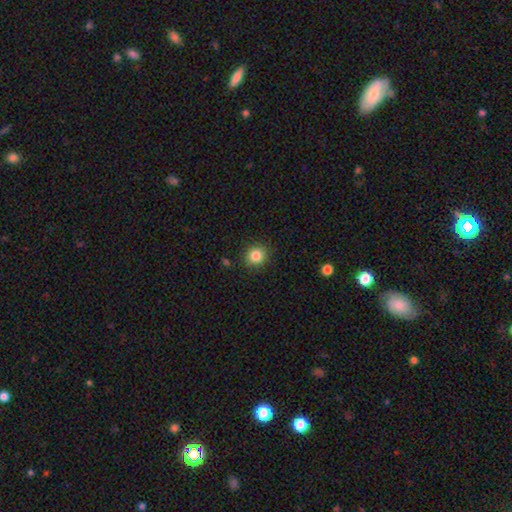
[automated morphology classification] type=smooth (84%); roundness=round (88%); merging=none (89%).